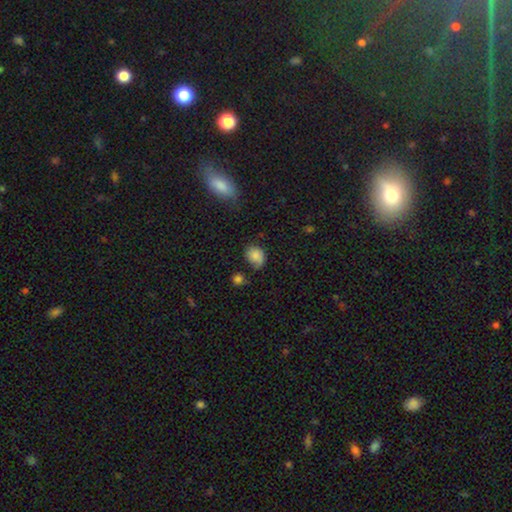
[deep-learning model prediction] Overall: smooth (78%). How rounded: in between (52%; round 47%). Merging: none (50%; minor disturbance 33%).